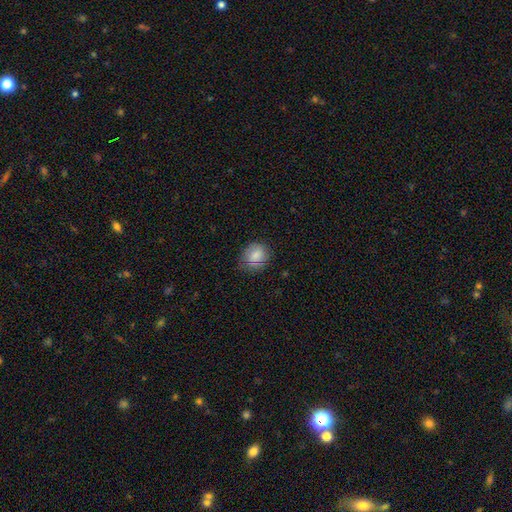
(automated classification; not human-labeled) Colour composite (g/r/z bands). It shows a smooth galaxy with no disk features (80%) that is round (63%). Merging: none (70%).